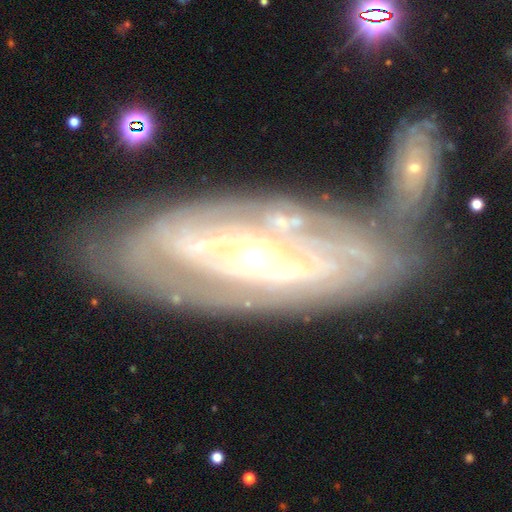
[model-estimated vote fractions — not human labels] Overall: featured or disk (84%). Edge-on disk: no (85%). Bar: no (56%; weak 26%). Spiral arms: yes (76%). Spiral arm count: can't tell (53%; 2 27%). Spiral winding: tight (70%). Bulge size: moderate (57%; small 35%). Merging: none (64%).